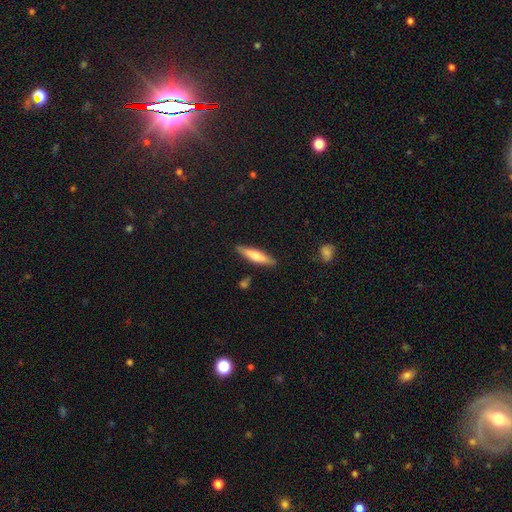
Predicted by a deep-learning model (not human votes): Q: Smooth or featured?
A: smooth (62%); runner-up: featured or disk (32%)
Q: How rounded?
A: cigar-shaped (84%); runner-up: in between (15%)
Q: Merging?
A: none (86%); runner-up: minor disturbance (10%)